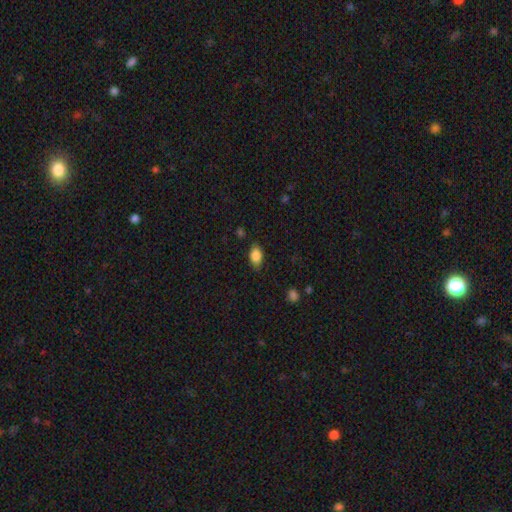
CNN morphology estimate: smooth 85%, star or artifact 8%, featured or disk 6%. Down the decision tree: how rounded — in between (89%); merging — none (82%).